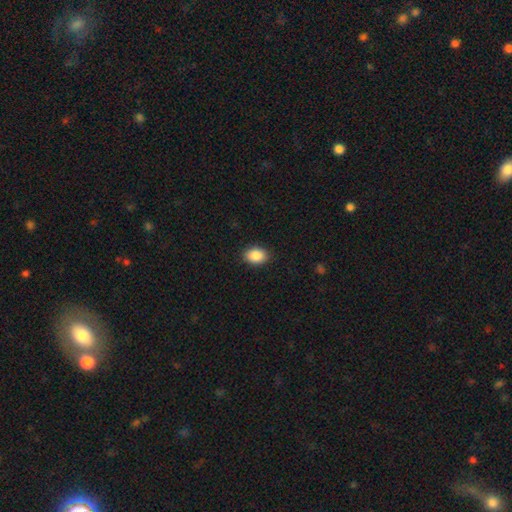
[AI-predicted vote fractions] Q: Smooth or featured?
A: smooth (89%); runner-up: star or artifact (7%)
Q: How rounded?
A: in between (79%); runner-up: round (20%)
Q: Merging?
A: none (89%); runner-up: minor disturbance (8%)